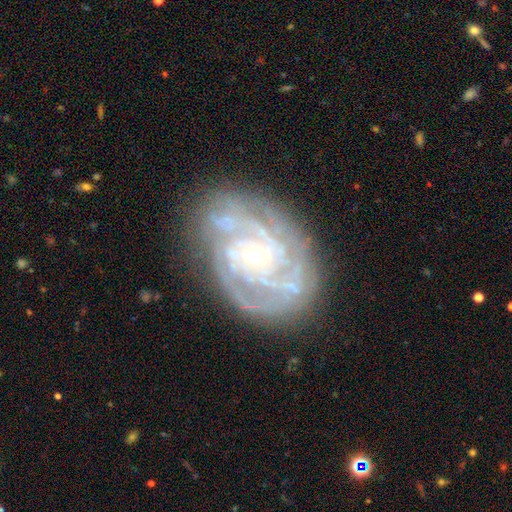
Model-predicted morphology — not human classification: featured or disk 88%, star or artifact 6%, smooth 6%. Down the decision tree: edge-on disk — no (97%); bar — no (74%); spiral arms — yes (97%); spiral arm count — 3 (25%); spiral winding — tight (71%); bulge size — small (78%); merging — none (75%).